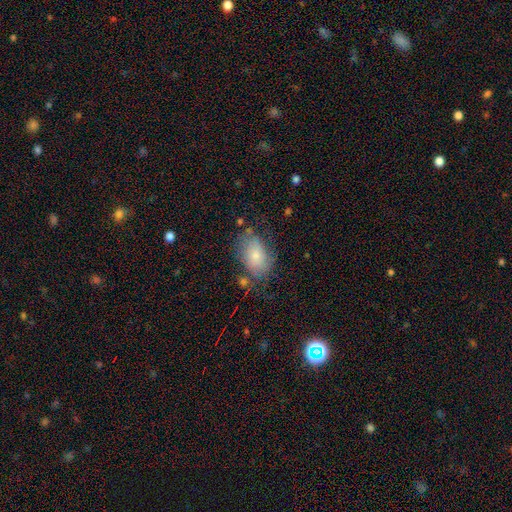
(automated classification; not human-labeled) Smooth or featured? Predicted: smooth (p=0.76). How rounded? Predicted: in between (p=0.88). Merging? Predicted: none (p=0.59).